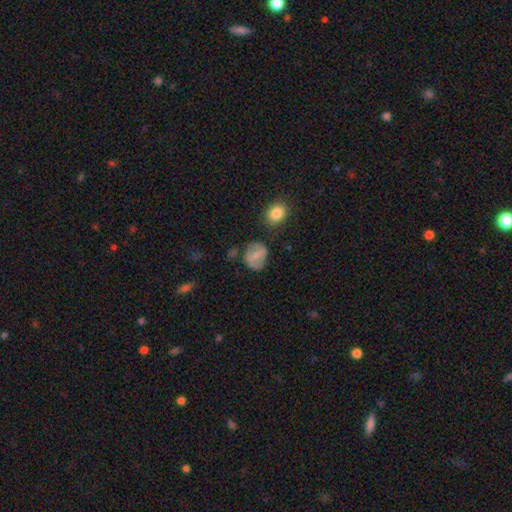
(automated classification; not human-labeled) Smooth or featured? smooth (53%)
How rounded? round (63%)
Merging? none (68%)